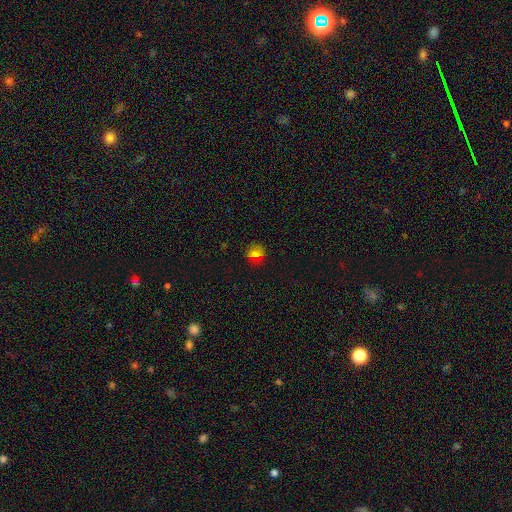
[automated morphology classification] A smooth galaxy with no disk features (68%) that is round (72%).

Vote fractions:
- Smooth or featured? smooth: 68% / star or artifact: 23% / featured or disk: 9%
- How rounded? round: 72% / in between: 26% / cigar-shaped: 2%
- Merging? none: 82% / minor disturbance: 12% / major disturbance: 4% / merger: 2%